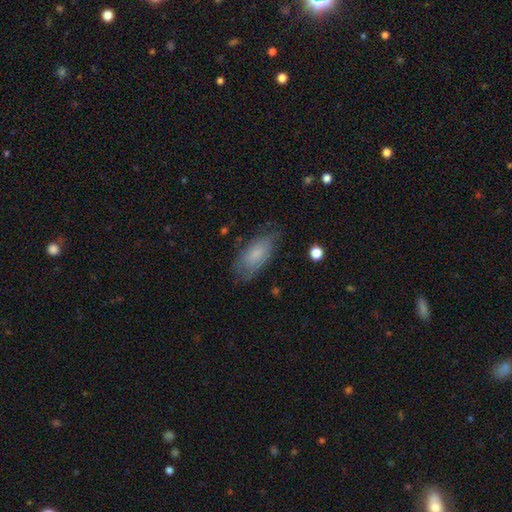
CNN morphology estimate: A smooth galaxy with no disk features (74%) that is in between round and cigar-shaped (88%). Merging: none (68%).